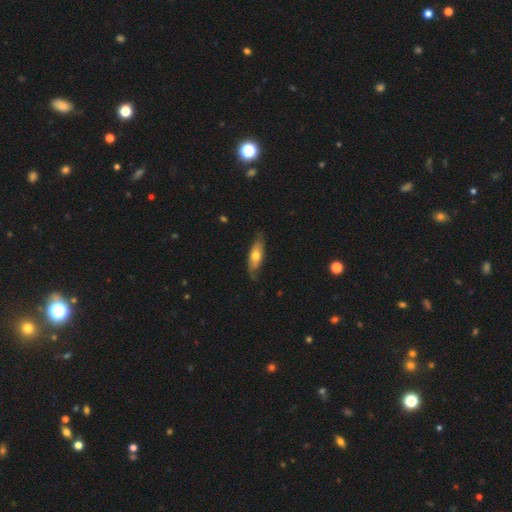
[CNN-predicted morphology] type=smooth (54%); roundness=in between (62%); merging=none (70%).